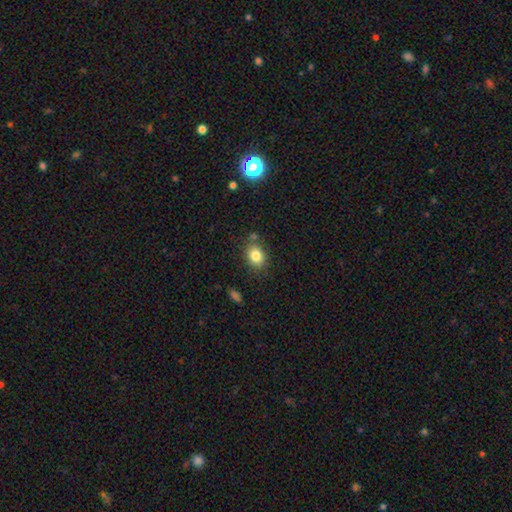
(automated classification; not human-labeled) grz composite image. It shows a smooth galaxy with no disk features (82%) that is in between round and cigar-shaped (57%). Merging: none (77%).